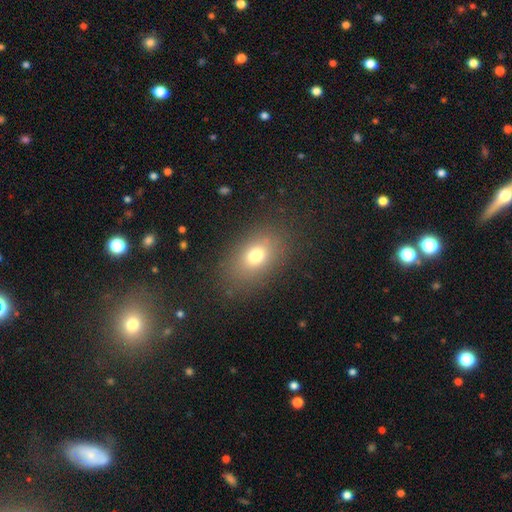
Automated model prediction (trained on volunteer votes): The model was most divided on "how rounded": in between: 76%, round: 22%, cigar-shaped: 2%. More confident: merging — none (82%); smooth or featured — smooth (72%).